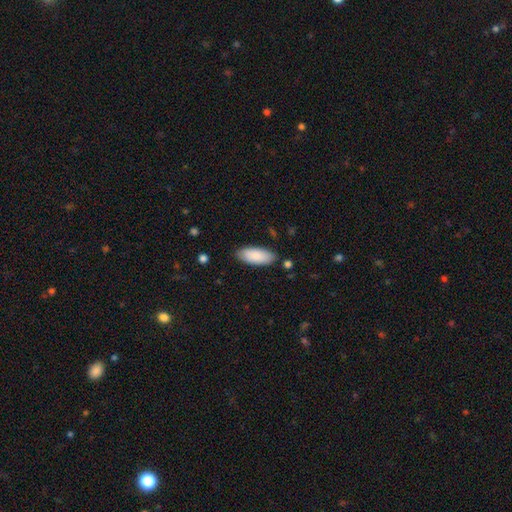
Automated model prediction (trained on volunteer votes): This is clearly a smooth galaxy (88%). How rounded: clearly in between (84%). Merging: clearly none (83%).